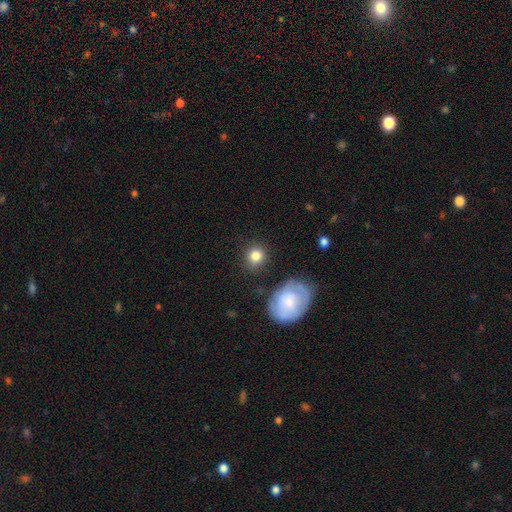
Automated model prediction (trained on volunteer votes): Smooth or featured? Predicted: smooth (p=0.82). How rounded? Predicted: round (p=0.84). Merging? Predicted: none (p=0.82).